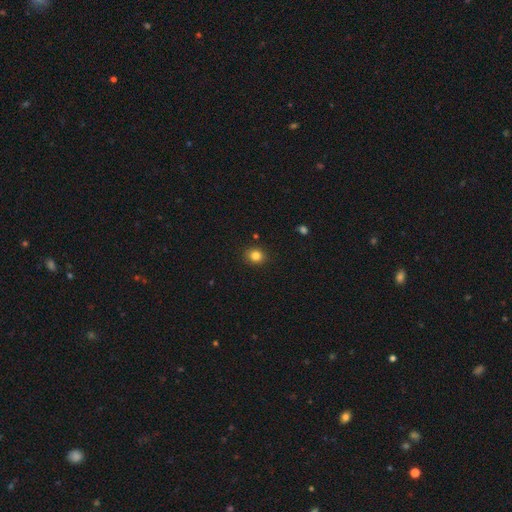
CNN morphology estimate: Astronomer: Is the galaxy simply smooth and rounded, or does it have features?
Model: smooth — 84%.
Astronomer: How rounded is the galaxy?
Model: round — 76%.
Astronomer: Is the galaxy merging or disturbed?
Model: none — 88%.